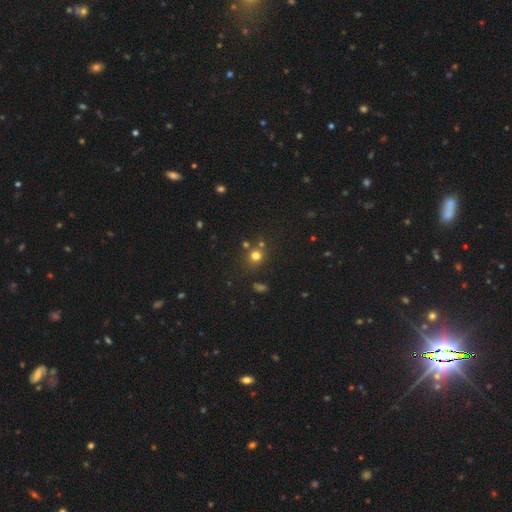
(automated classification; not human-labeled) A smooth galaxy with no disk features (72%) that is round (83%).

Vote fractions:
- Smooth or featured? smooth: 72% / star or artifact: 20% / featured or disk: 8%
- How rounded? round: 83% / in between: 16% / cigar-shaped: 1%
- Merging? none: 72% / merger: 14% / minor disturbance: 10% / major disturbance: 4%